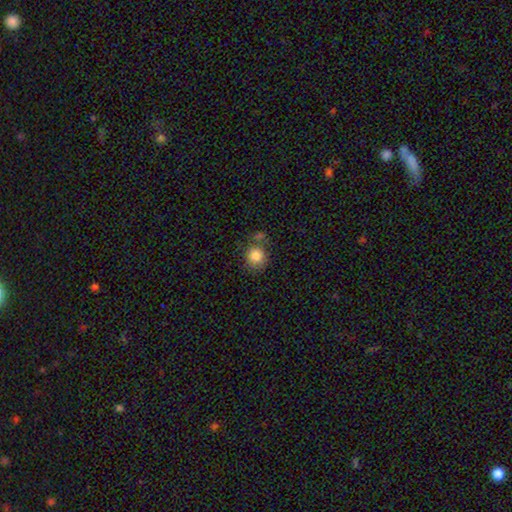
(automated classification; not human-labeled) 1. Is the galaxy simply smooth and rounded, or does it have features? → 84% smooth, 10% star or artifact, 7% featured or disk.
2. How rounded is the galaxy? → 86% round, 13% in between, 1% cigar-shaped.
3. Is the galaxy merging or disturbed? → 65% none, 15% minor disturbance, 15% merger, 5% major disturbance.